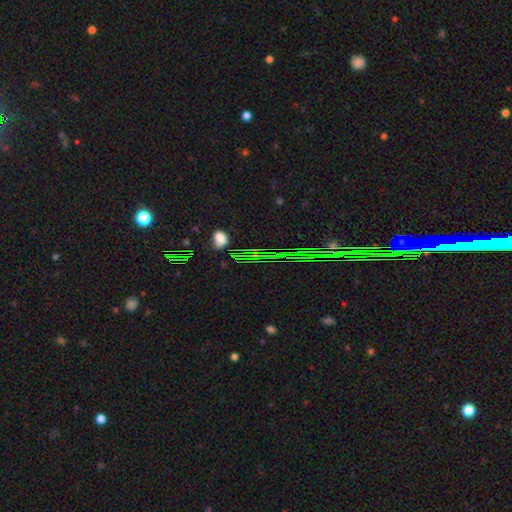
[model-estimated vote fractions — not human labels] A star or artifact, not a galaxy (75%).

Vote fractions:
- Smooth or featured? star or artifact: 75% / smooth: 14% / featured or disk: 11%